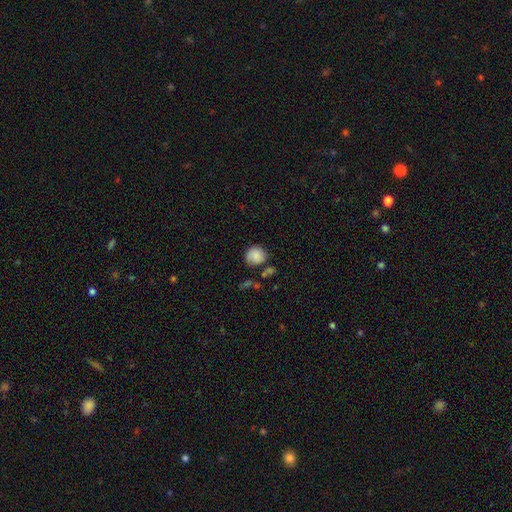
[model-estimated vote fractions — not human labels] Smooth or featured? smooth (82%)
How rounded? round (83%)
Merging? none (66%)